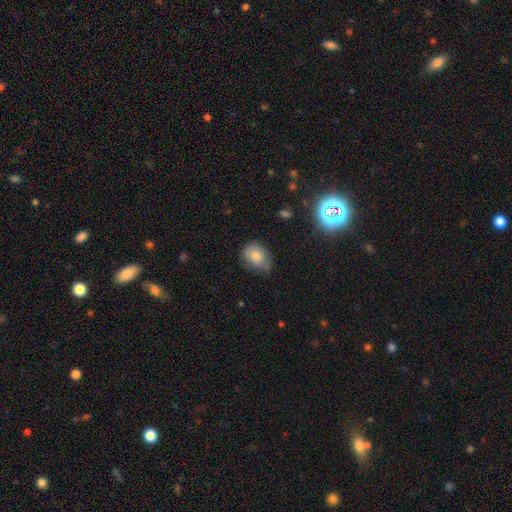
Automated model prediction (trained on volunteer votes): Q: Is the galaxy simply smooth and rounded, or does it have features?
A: smooth — 80%.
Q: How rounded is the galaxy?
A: in between — 61%.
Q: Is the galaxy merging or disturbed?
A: none — 57%.